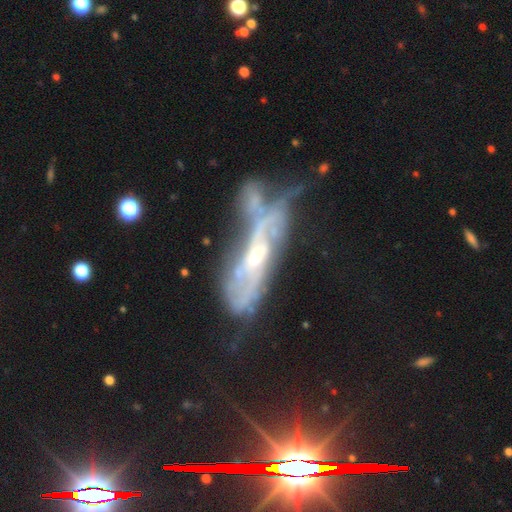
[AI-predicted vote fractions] Q: Smooth or featured?
A: featured or disk (75%); runner-up: smooth (13%)
Q: Edge-on disk?
A: no (70%); runner-up: yes (30%)
Q: Bar?
A: no (57%); runner-up: weak (30%)
Q: Spiral arms?
A: yes (68%); runner-up: no (32%)
Q: Bulge size?
A: moderate (53%); runner-up: small (35%)
Q: Merging?
A: major disturbance (28%); runner-up: merger (26%)